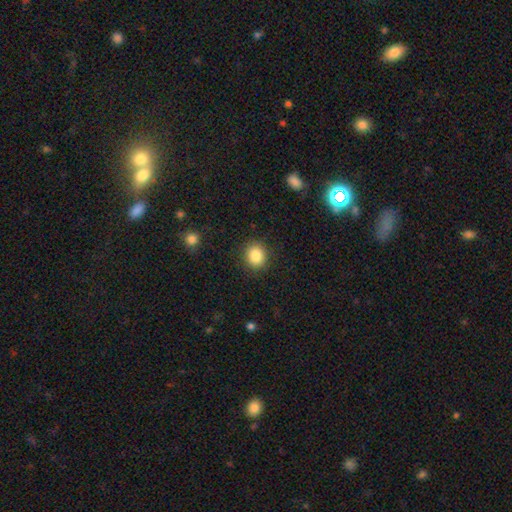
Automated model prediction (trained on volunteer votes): A smooth galaxy with no disk features (86%) that is round (74%).

Vote fractions:
- Smooth or featured? smooth: 86% / star or artifact: 9% / featured or disk: 5%
- How rounded? round: 74% / in between: 25% / cigar-shaped: 1%
- Merging? none: 89% / minor disturbance: 7% / major disturbance: 3% / merger: 1%